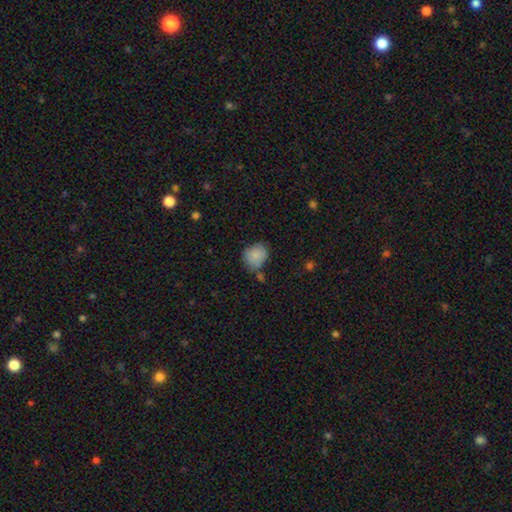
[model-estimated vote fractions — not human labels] Morphology: type=smooth (85%); roundness=round (57%); merging=none (58%).